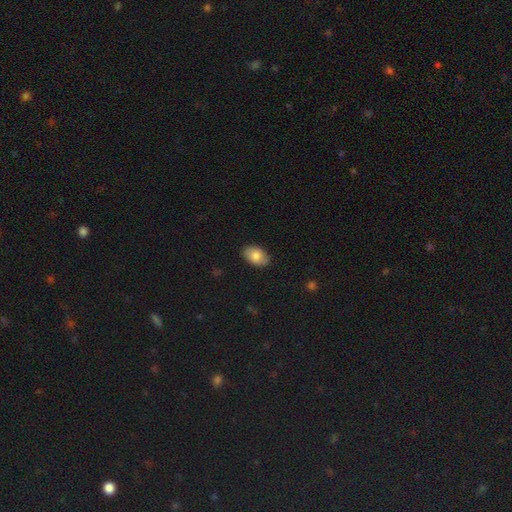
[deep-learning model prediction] A smooth galaxy with no disk features (83%) that is in between round and cigar-shaped (90%).

Vote fractions:
- Smooth or featured? smooth: 83% / featured or disk: 10% / star or artifact: 6%
- How rounded? in between: 90% / round: 9% / cigar-shaped: 1%
- Merging? none: 88% / minor disturbance: 9% / major disturbance: 2% / merger: 1%